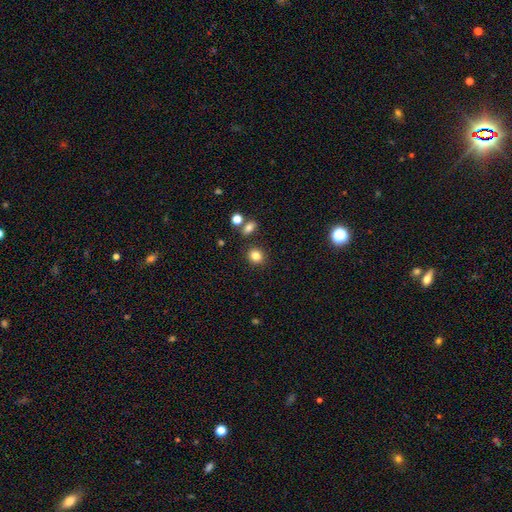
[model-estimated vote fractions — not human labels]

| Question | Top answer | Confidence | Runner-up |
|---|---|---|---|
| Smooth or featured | smooth | 83% | star or artifact (12%) |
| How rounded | round | 69% | in between (29%) |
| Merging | none | 83% | minor disturbance (8%) |